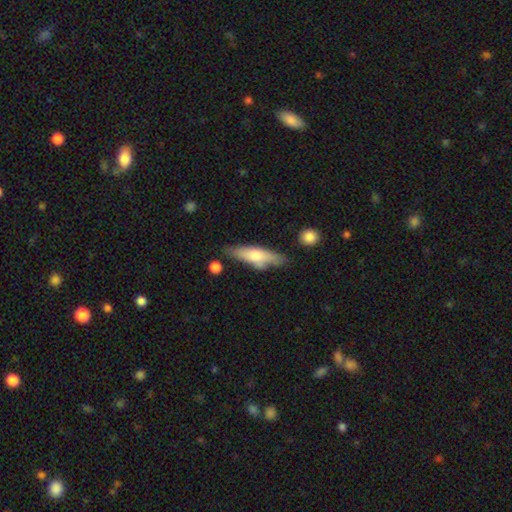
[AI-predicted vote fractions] Morphology: type=smooth (59%); roundness=cigar-shaped (62%); merging=none (67%).